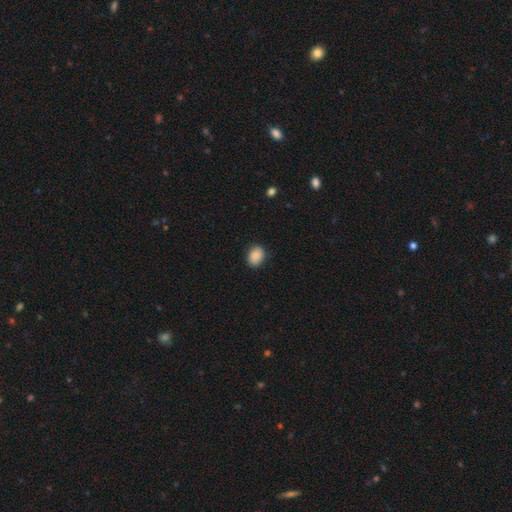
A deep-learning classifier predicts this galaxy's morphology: smooth-or-featured: smooth: 90% | star or artifact: 8% | featured or disk: 3%
  how-rounded: in between: 63% | round: 36% | cigar-shaped: 1%
  merging: none: 86% | minor disturbance: 11% | major disturbance: 2% | merger: 1%